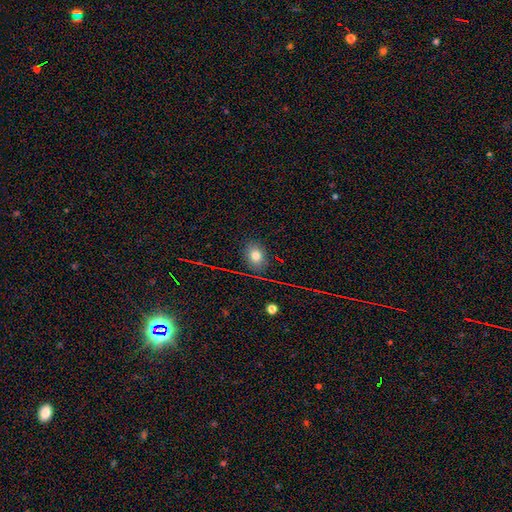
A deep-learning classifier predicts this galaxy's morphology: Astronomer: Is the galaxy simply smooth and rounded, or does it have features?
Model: smooth — 75%.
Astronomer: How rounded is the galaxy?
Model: in between — 55% (runner-up: round, 44%).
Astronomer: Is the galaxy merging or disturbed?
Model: none — 83%.